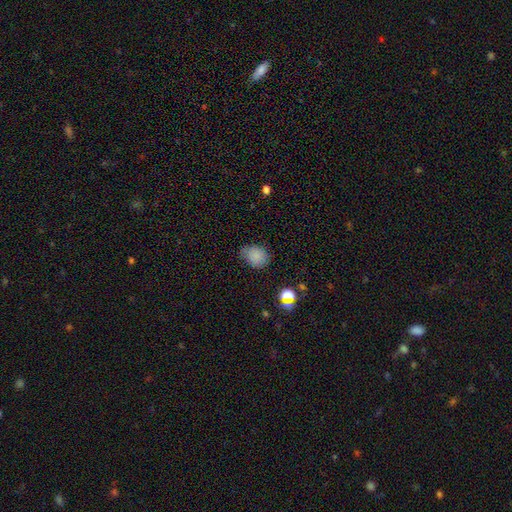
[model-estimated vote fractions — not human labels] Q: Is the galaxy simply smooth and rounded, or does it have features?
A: smooth — 82%.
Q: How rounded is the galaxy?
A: round — 53%.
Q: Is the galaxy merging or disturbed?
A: none — 60%.